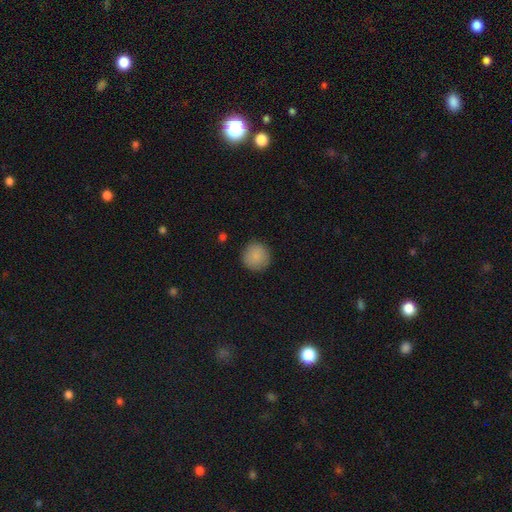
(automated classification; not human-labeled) A smooth galaxy with no disk features (87%) that is round (93%). Merging: none (88%).